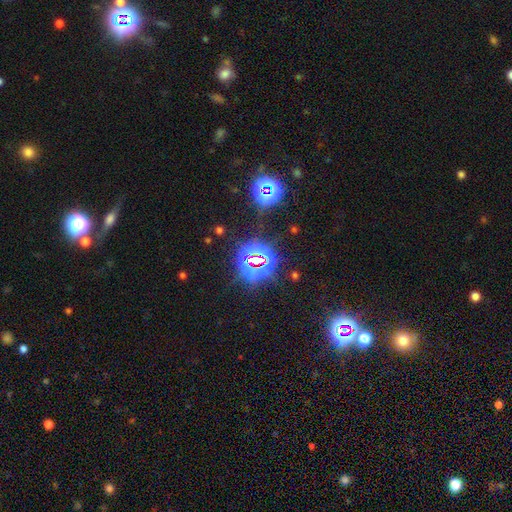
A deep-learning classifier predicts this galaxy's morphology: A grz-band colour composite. It shows a star or artifact, not a galaxy (78%).